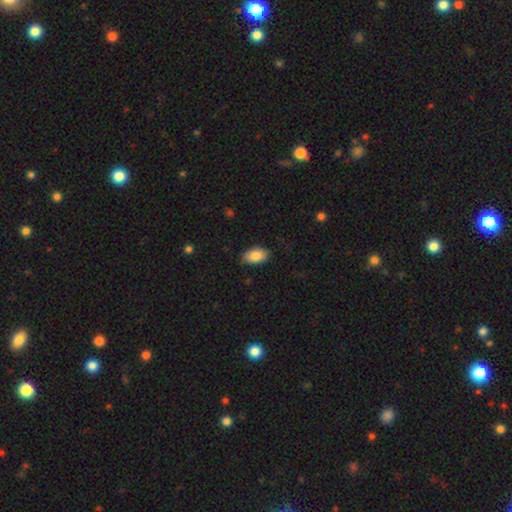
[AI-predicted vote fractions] Morphology: type=smooth (85%); roundness=in between (93%); merging=none (83%).